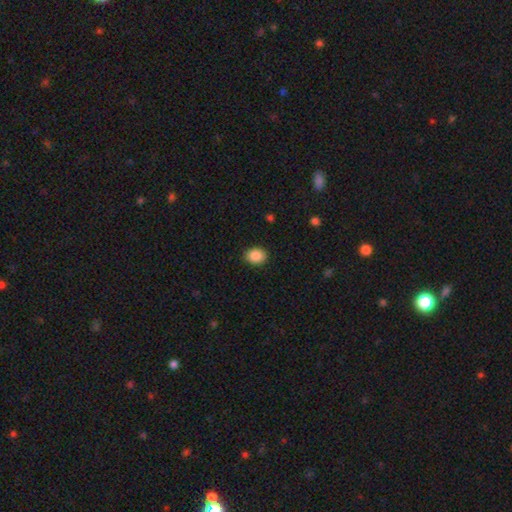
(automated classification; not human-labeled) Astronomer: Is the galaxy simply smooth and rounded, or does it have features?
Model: smooth — 89%.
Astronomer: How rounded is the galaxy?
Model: in between — 56% (runner-up: round, 43%).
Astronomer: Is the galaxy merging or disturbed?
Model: none — 89%.